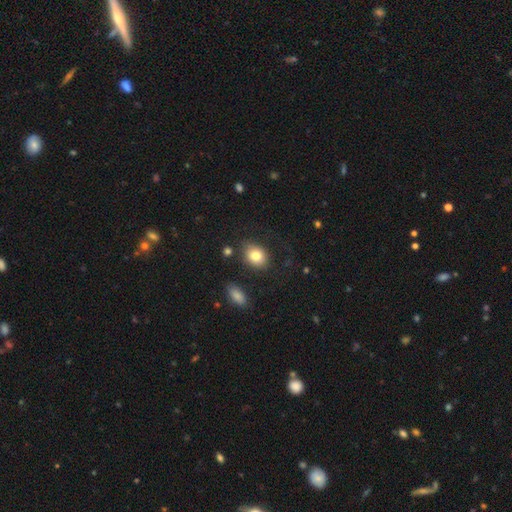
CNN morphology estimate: type=smooth (80%); roundness=in between (58%); merging=none (79%).